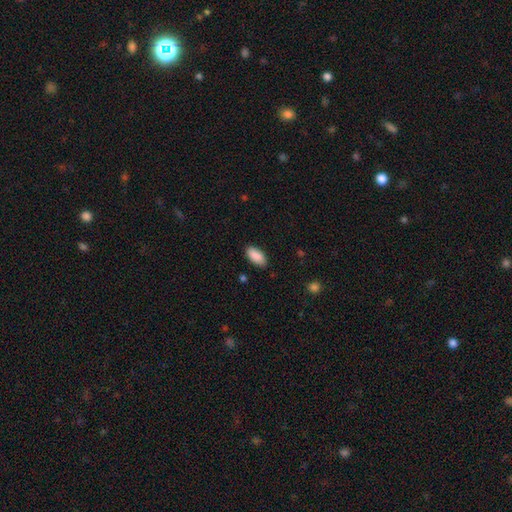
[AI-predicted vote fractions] Smooth or featured: smooth — 90% (star or artifact — 6%)
How rounded: in between — 92% (cigar-shaped — 6%)
Merging: none — 86% (minor disturbance — 11%)